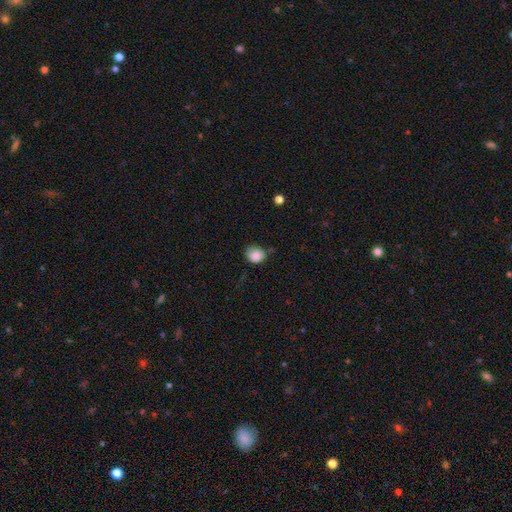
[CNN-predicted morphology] A smooth galaxy with no disk features (87%) that is round (62%). Merging: none (56%).